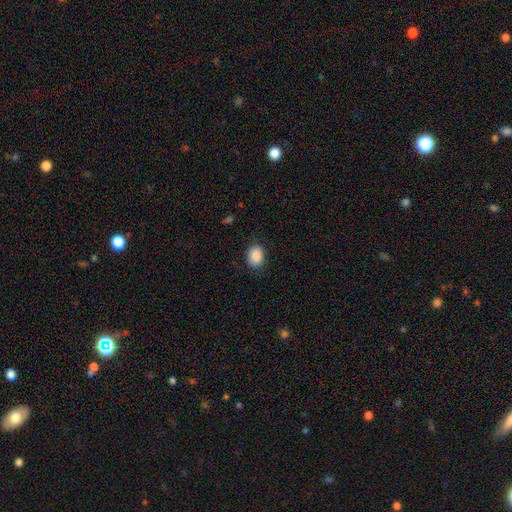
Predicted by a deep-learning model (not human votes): The model was most divided on "how rounded": in between: 67%, round: 33%, cigar-shaped: 1%. More confident: smooth or featured — smooth (88%); merging — none (86%).